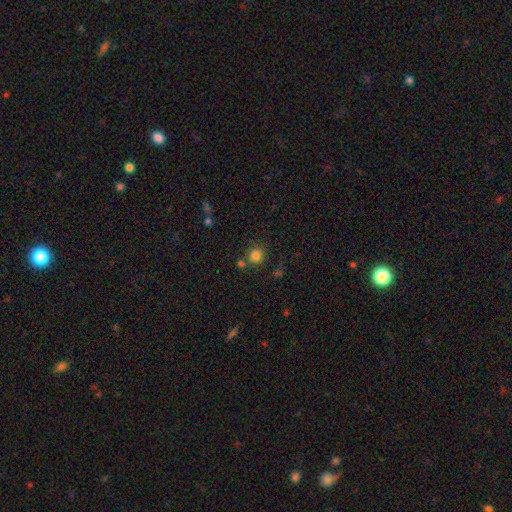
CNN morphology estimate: Overall: smooth (81%). How rounded: round (87%). Merging: none (73%).